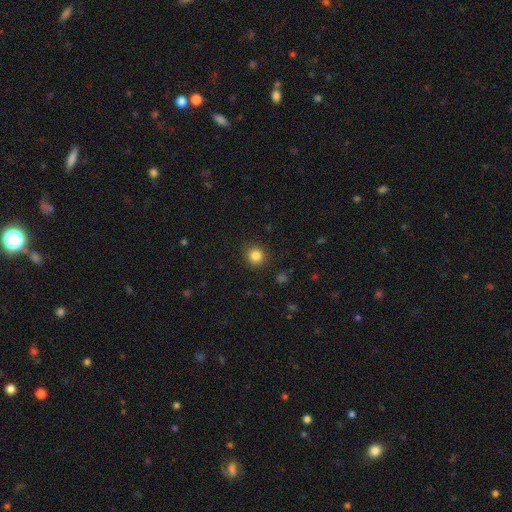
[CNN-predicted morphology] type=smooth (84%); roundness=round (92%); merging=none (90%).